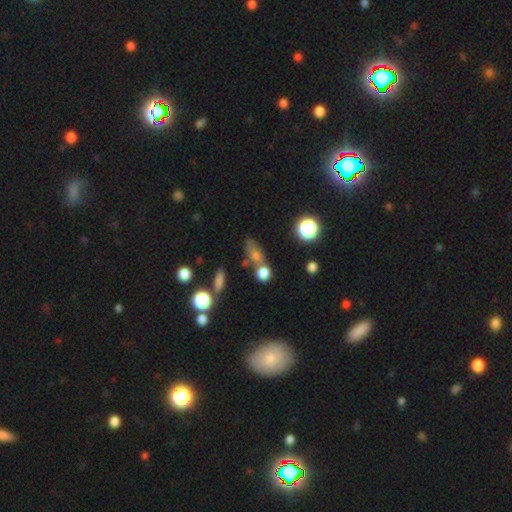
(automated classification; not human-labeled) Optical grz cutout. It shows a smooth galaxy with no disk features (63%) that is in between round and cigar-shaped (57%). Merging: none (50%).